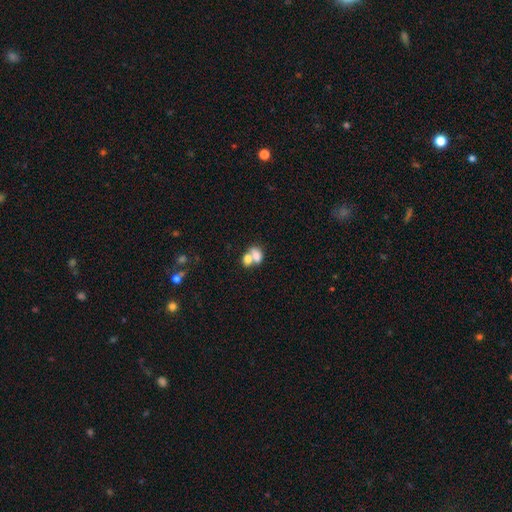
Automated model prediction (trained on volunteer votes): Smooth or featured? smooth (71%)
How rounded? in between (72%)
Merging? merger (69%)